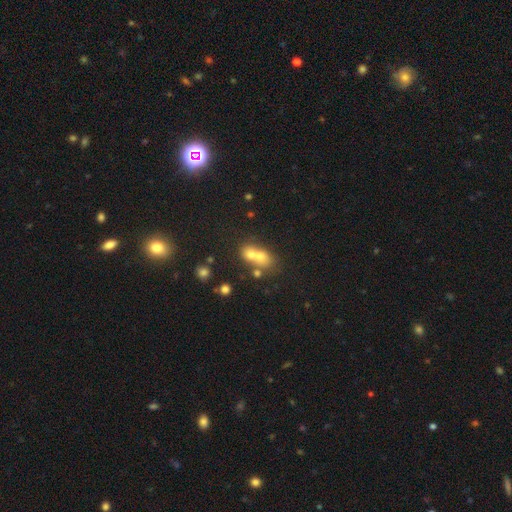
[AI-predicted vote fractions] Q: Smooth or featured?
A: smooth (66%); runner-up: featured or disk (21%)
Q: How rounded?
A: in between (51%); runner-up: round (47%)
Q: Merging?
A: merger (68%); runner-up: none (22%)